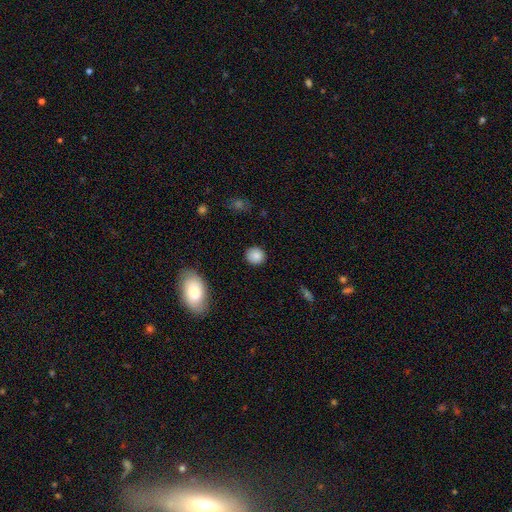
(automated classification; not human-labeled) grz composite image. It shows a smooth galaxy with no disk features (86%) that is round (87%). Merging: none (89%).